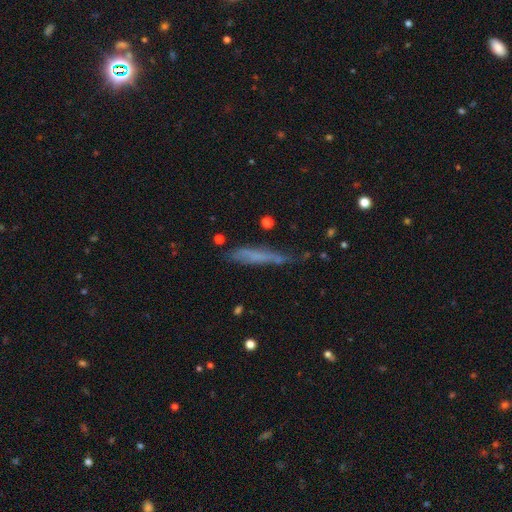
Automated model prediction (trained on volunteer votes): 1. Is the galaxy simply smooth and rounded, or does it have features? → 58% smooth, 32% featured or disk, 10% star or artifact.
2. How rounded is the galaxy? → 90% cigar-shaped, 8% in between, 2% round.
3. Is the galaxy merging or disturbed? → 53% none, 31% minor disturbance, 12% major disturbance, 4% merger.